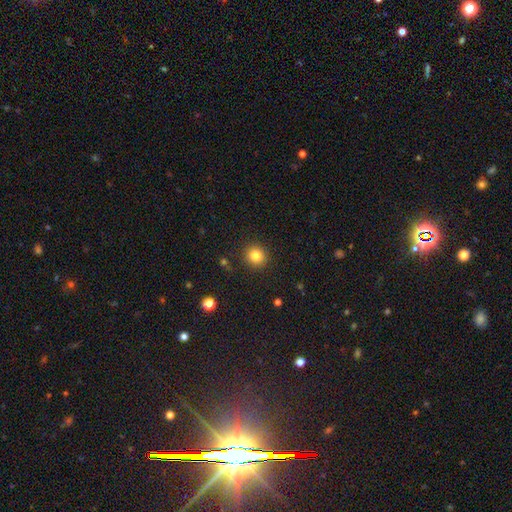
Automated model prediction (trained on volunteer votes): Morphology: type=smooth (82%); roundness=round (92%); merging=none (90%).